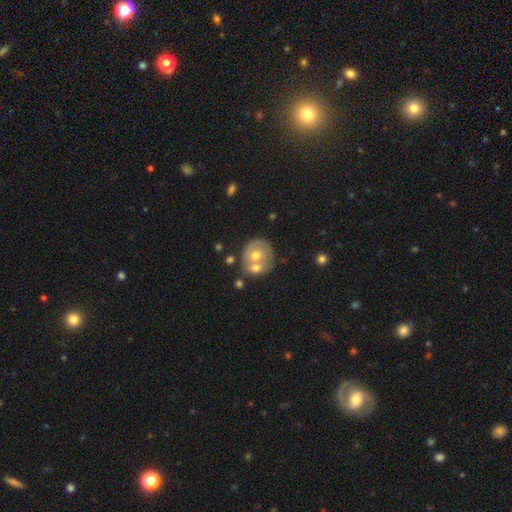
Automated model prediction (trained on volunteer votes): A smooth galaxy with no disk features (48%).

Vote fractions:
- Smooth or featured? smooth: 48% / featured or disk: 45% / star or artifact: 6%
- Merging? merger: 47% / none: 36% / minor disturbance: 12% / major disturbance: 5%